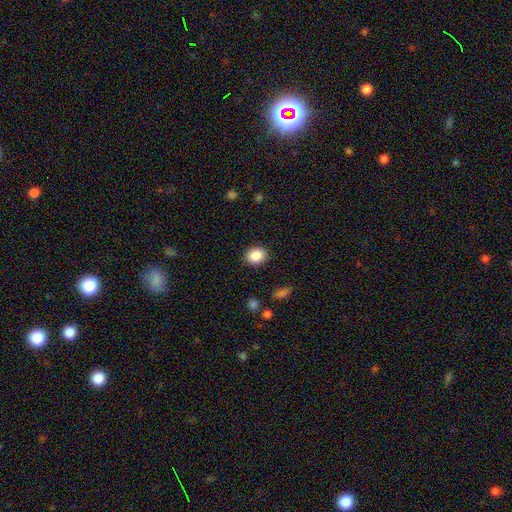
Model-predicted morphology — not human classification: Q: Smooth or featured?
A: smooth (87%); runner-up: star or artifact (9%)
Q: How rounded?
A: round (52%); runner-up: in between (47%)
Q: Merging?
A: none (89%); runner-up: minor disturbance (8%)